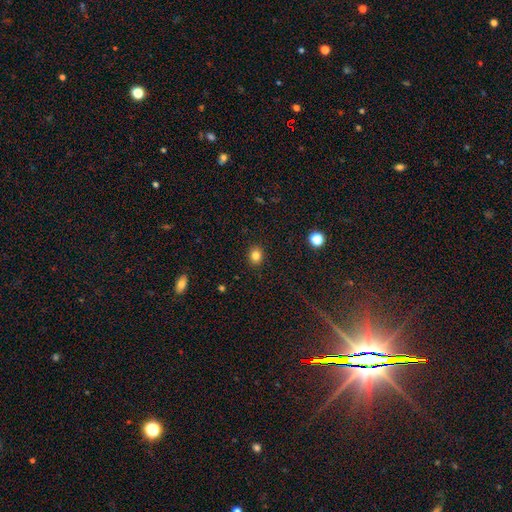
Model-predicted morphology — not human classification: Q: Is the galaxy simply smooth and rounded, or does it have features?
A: smooth — 82%.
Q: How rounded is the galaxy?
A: round — 70%.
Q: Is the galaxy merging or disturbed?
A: none — 90%.